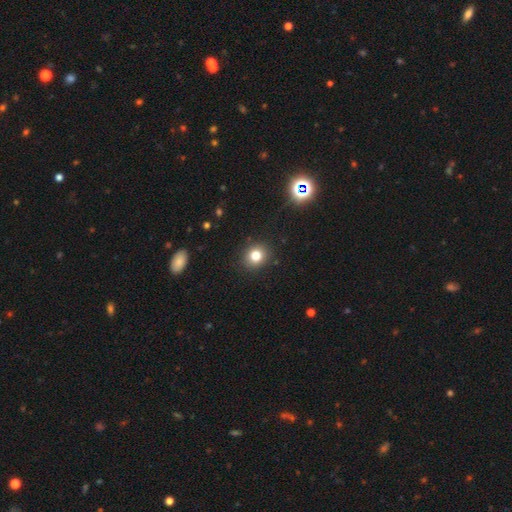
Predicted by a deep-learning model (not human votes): smooth-or-featured: smooth: 79% | star or artifact: 14% | featured or disk: 7%
  how-rounded: round: 78% | in between: 21% | cigar-shaped: 1%
  merging: none: 90% | minor disturbance: 7% | major disturbance: 2% | merger: 1%